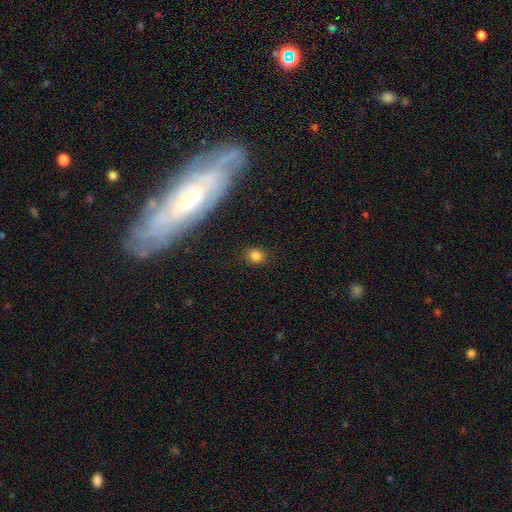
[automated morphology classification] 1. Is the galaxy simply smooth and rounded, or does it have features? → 81% smooth, 13% star or artifact, 6% featured or disk.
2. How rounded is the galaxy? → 74% round, 25% in between, 1% cigar-shaped.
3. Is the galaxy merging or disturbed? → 87% none, 9% minor disturbance, 3% major disturbance, 2% merger.